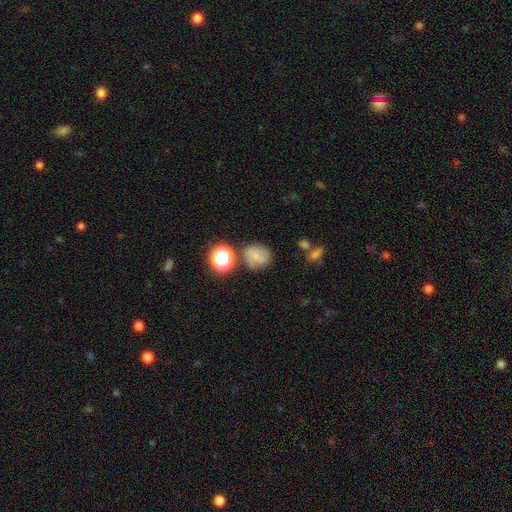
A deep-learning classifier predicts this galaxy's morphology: Smooth or featured?
  - smooth: 60% *
  - featured or disk: 24%
  - star or artifact: 16%
How rounded?
  - round: 76% *
  - in between: 23%
  - cigar-shaped: 1%
Merging?
  - none: 66% *
  - minor disturbance: 18%
  - merger: 9%
  - major disturbance: 7%